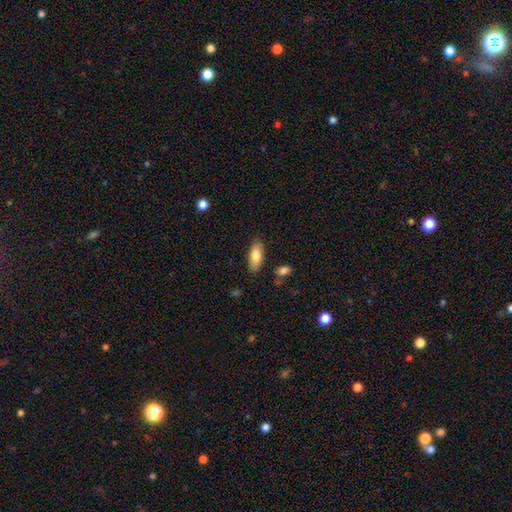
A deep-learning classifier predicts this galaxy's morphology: This appears to be a smooth galaxy with no disk features (78%) that is in between round and cigar-shaped (80%). Merging: none (84%).